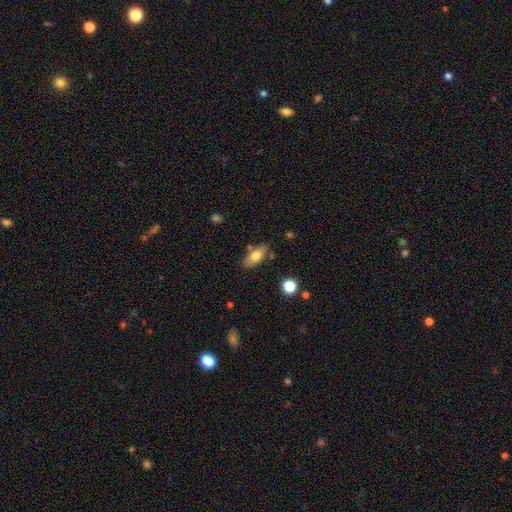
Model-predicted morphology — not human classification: Smooth or featured: smooth — 70% (featured or disk — 23%)
How rounded: in between — 84% (cigar-shaped — 13%)
Merging: none — 76% (minor disturbance — 15%)